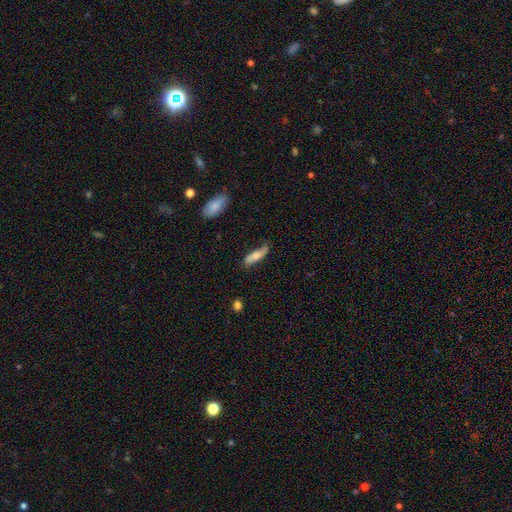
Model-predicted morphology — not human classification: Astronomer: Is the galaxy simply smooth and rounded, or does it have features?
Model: smooth — 53% (runner-up: featured or disk, 41%).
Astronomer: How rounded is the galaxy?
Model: cigar-shaped — 56% (runner-up: in between, 41%).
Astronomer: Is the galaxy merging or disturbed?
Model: none — 64%.